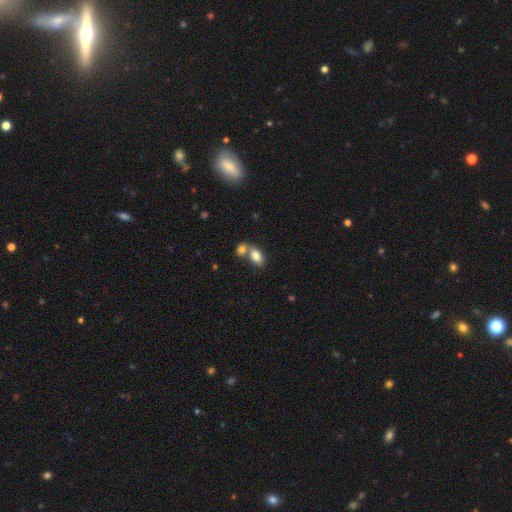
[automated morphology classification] Smooth or featured?
  - smooth: 80% *
  - featured or disk: 11%
  - star or artifact: 9%
How rounded?
  - in between: 86% *
  - round: 12%
  - cigar-shaped: 2%
Merging?
  - merger: 49% *
  - none: 40%
  - minor disturbance: 9%
  - major disturbance: 3%